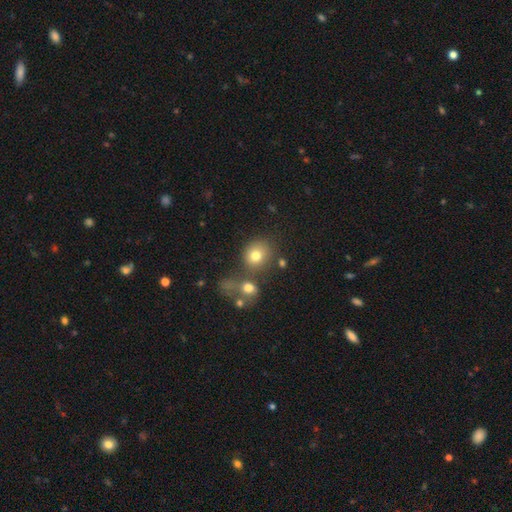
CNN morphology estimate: A smooth galaxy with no disk features (76%) that is round (75%).

Vote fractions:
- Smooth or featured? smooth: 76% / star or artifact: 13% / featured or disk: 11%
- How rounded? round: 75% / in between: 24% / cigar-shaped: 1%
- Merging? none: 56% / merger: 24% / minor disturbance: 12% / major disturbance: 8%